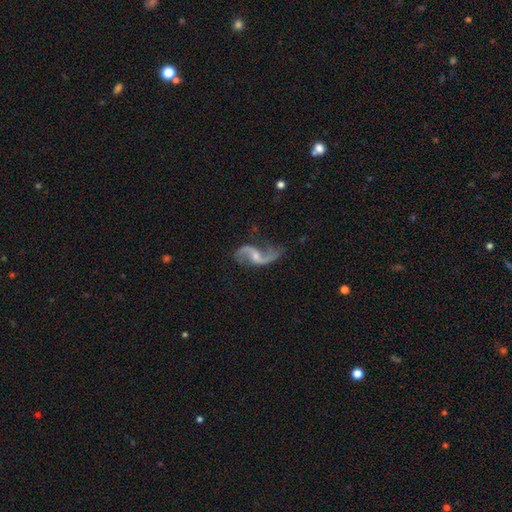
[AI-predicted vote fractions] Smooth or featured? featured or disk (91%)
Edge-on disk? no (97%)
Bar? no (43%, tied with weak)
Spiral arms? yes (97%)
Spiral winding? loose (83%)
Spiral arm count? 2 (94%)
Bulge size? small (51%)
Merging? none (73%)